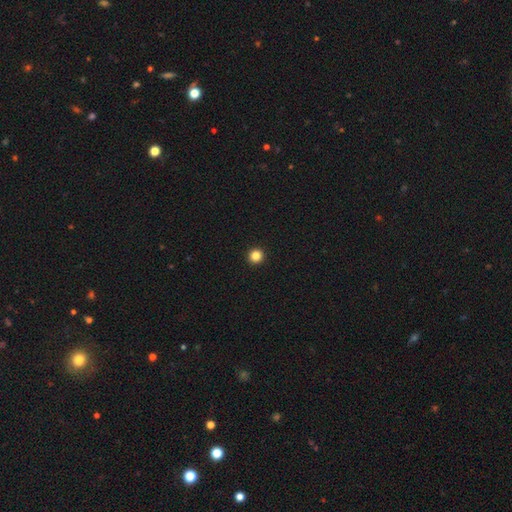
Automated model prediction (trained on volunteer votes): Smooth or featured? smooth (85%)
How rounded? round (96%)
Merging? none (95%)